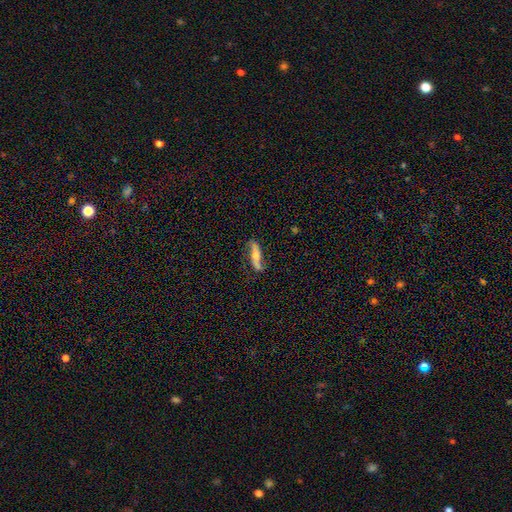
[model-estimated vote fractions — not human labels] Smooth or featured?
  - featured or disk: 61% *
  - smooth: 32%
  - star or artifact: 7%
Edge-on disk?
  - no: 60% *
  - yes: 40%
Merging?
  - none: 75% *
  - minor disturbance: 17%
  - major disturbance: 5%
  - merger: 2%